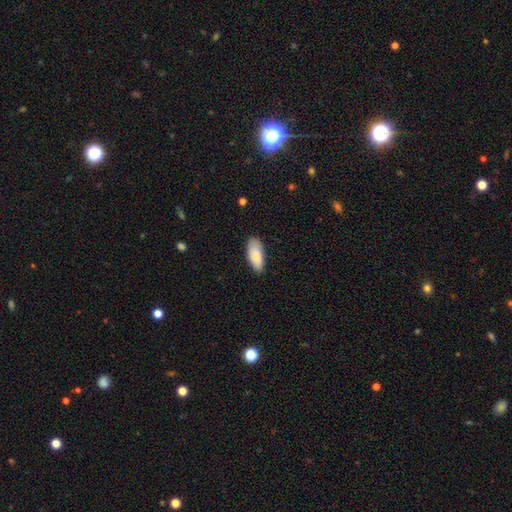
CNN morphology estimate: type=smooth (87%); roundness=in between (85%); merging=none (80%).